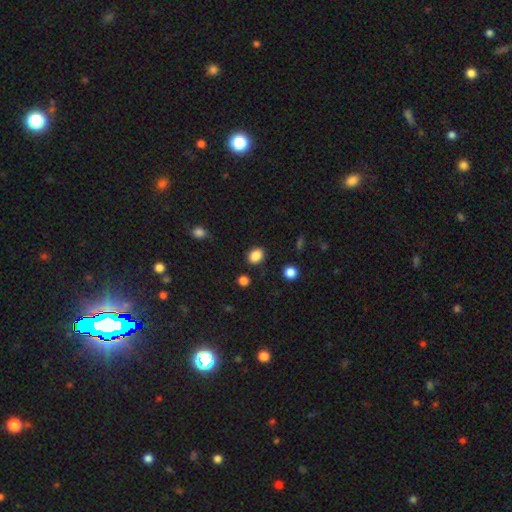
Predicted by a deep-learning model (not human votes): The model was most divided on "how rounded": in between: 62%, round: 37%, cigar-shaped: 1%. More confident: smooth or featured — smooth (87%); merging — none (85%).